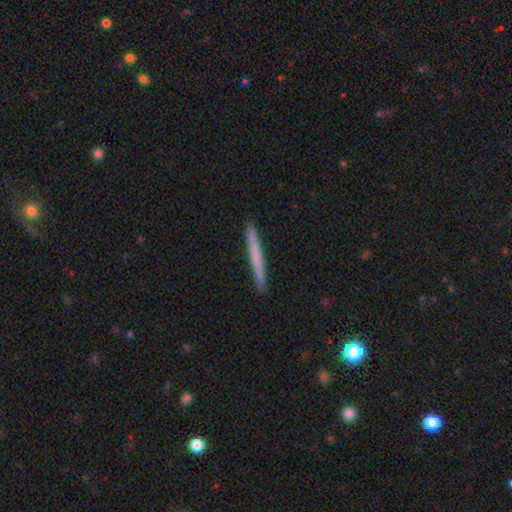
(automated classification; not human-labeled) The model was most divided on "smooth or featured": smooth: 64%, featured or disk: 30%, star or artifact: 5%. More confident: how rounded — cigar-shaped (97%); merging — none (92%).